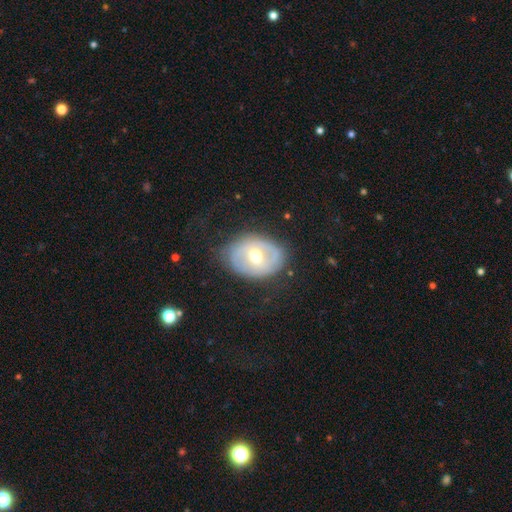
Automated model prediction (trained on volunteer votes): Q: Smooth or featured?
A: featured or disk (58%); runner-up: smooth (35%)
Q: Edge-on disk?
A: no (94%); runner-up: yes (6%)
Q: Bar?
A: no (58%); runner-up: weak (30%)
Q: Spiral arms?
A: no (57%); runner-up: yes (43%)
Q: Bulge size?
A: moderate (76%); runner-up: small (16%)
Q: Merging?
A: none (73%); runner-up: minor disturbance (19%)